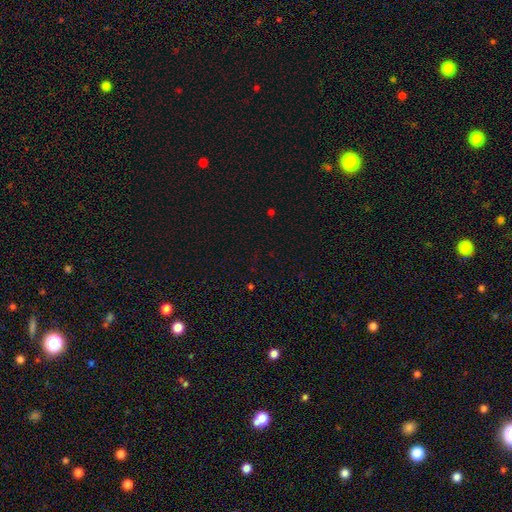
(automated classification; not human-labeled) Smooth or featured? star or artifact (70%)